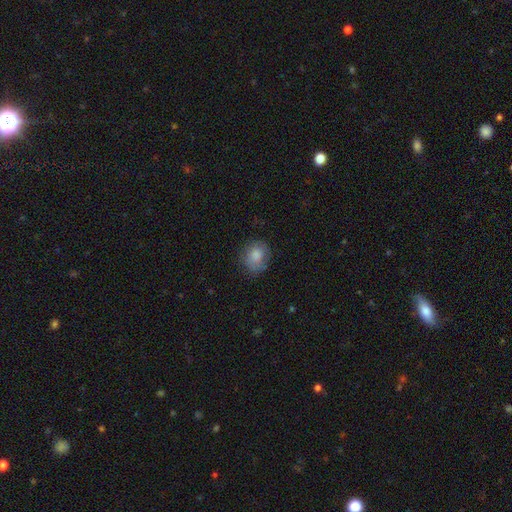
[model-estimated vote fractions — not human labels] smooth 78%, featured or disk 14%, star or artifact 8%. Down the decision tree: how rounded — round (68%); merging — none (68%).